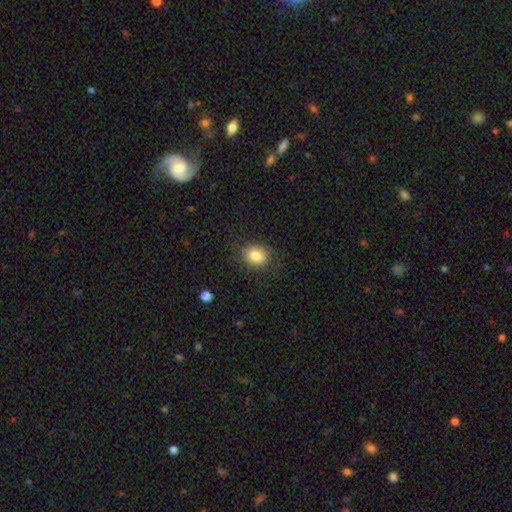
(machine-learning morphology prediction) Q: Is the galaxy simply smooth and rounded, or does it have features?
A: smooth — 83%.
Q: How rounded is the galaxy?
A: round — 51%.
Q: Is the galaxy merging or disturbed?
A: none — 80%.